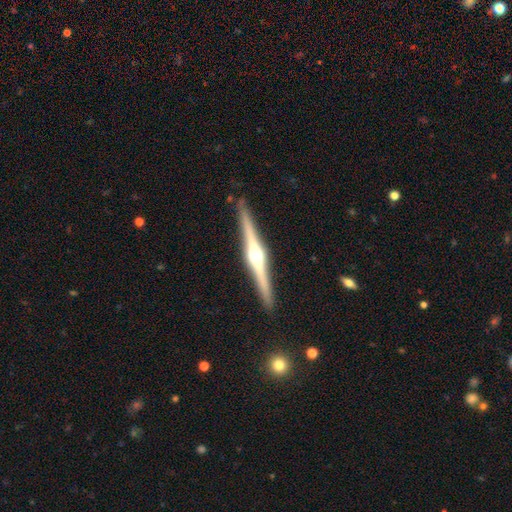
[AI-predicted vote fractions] Overall: featured or disk (81%). Edge-on disk: yes (98%). Edge-on bulge: rounded (93%). Merging: none (90%).